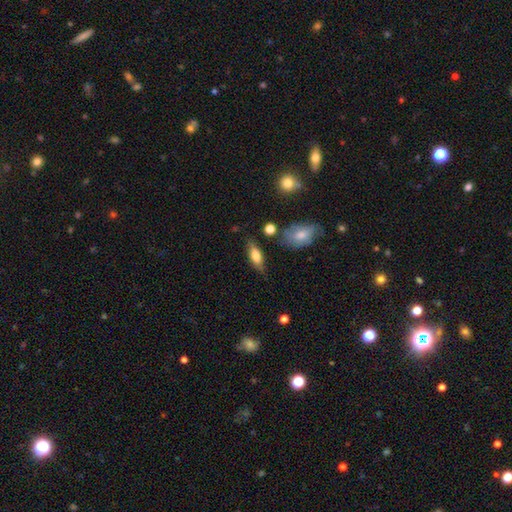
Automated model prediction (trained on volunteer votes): smooth_or_featured: smooth (p=0.68) [alt: featured or disk p=0.25]
how_rounded: in between (p=0.70) [alt: cigar-shaped p=0.27]
merging: none (p=0.74) [alt: minor disturbance p=0.17]